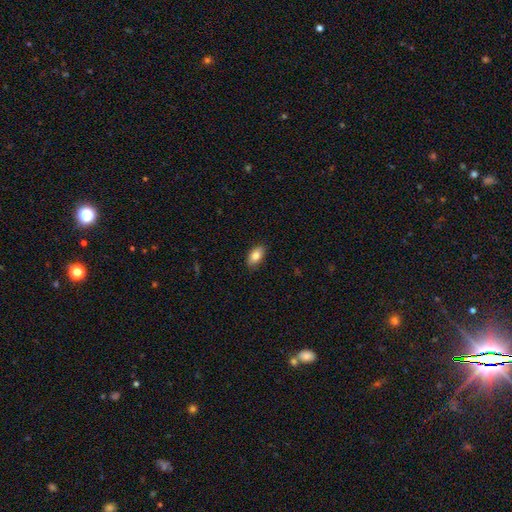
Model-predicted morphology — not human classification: The model was most divided on "smooth or featured": smooth: 83%, featured or disk: 10%, star or artifact: 7%. More confident: how rounded — in between (92%); merging — none (87%).